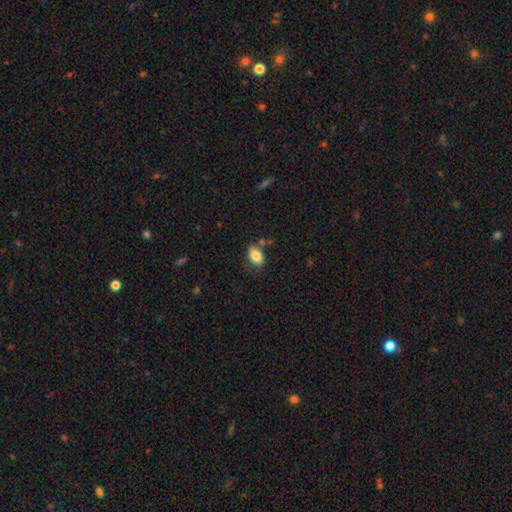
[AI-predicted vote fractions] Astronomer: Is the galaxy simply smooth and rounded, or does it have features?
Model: smooth — 84%.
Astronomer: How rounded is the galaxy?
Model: in between — 89%.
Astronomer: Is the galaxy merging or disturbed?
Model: none — 71%.